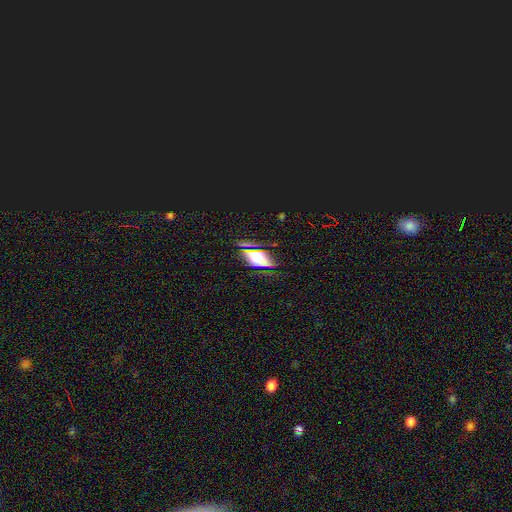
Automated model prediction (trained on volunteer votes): star or artifact 44%, featured or disk 29%, smooth 26%.